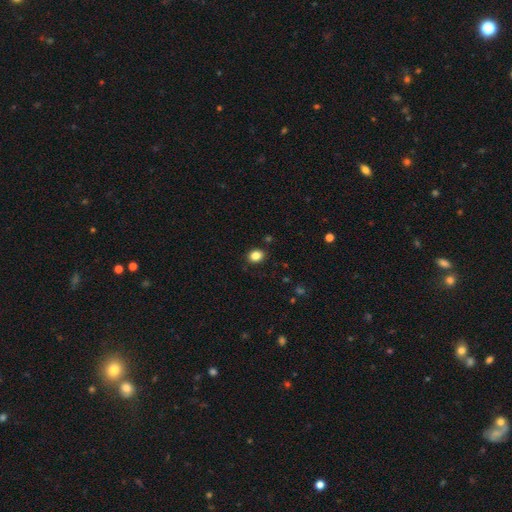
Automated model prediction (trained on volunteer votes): Q: Smooth or featured?
A: smooth (84%); runner-up: star or artifact (11%)
Q: How rounded?
A: round (58%); runner-up: in between (41%)
Q: Merging?
A: none (88%); runner-up: minor disturbance (9%)